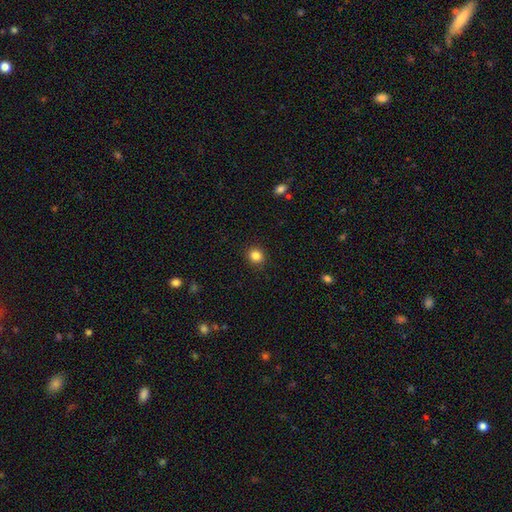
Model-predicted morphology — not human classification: This appears to be a smooth galaxy with no disk features (85%) that is round (82%). Merging: none (90%).